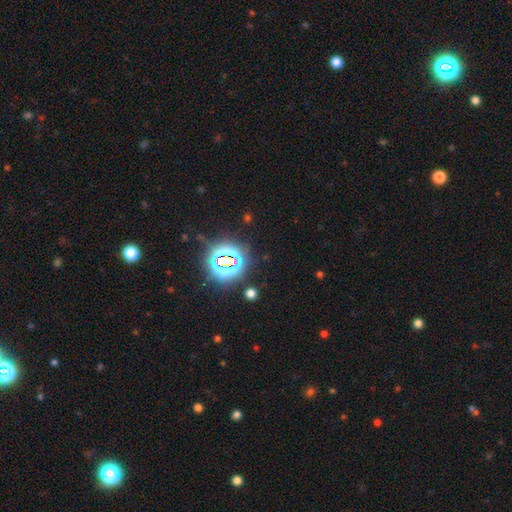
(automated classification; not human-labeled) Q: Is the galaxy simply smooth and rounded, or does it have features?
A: star or artifact — 82%.